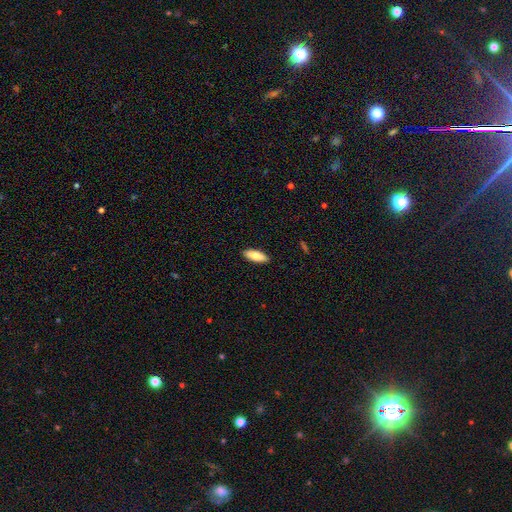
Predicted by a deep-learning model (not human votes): This is clearly a smooth galaxy (81%). How rounded: likely in between (71%). Merging: clearly none (90%).